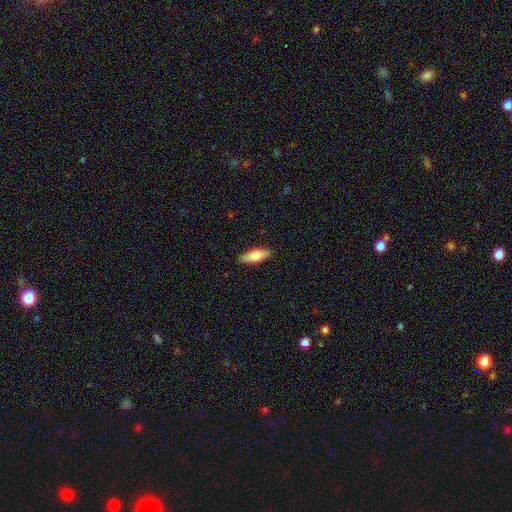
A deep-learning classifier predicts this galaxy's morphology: This is likely a smooth galaxy (74%). How rounded: likely in between (63%). Merging: clearly none (89%).